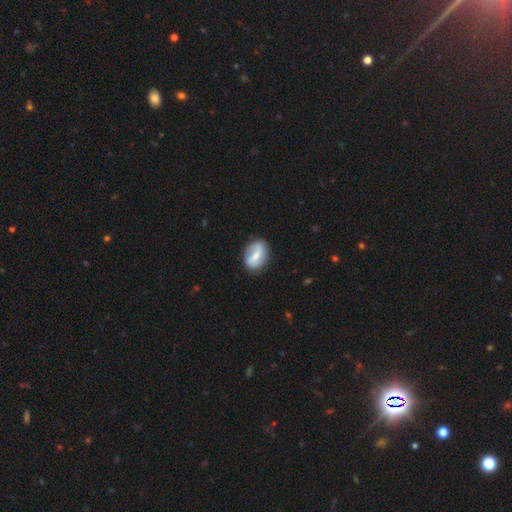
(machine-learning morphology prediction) Smooth or featured? Predicted: smooth (p=0.48). Merging? Predicted: none (p=0.75).